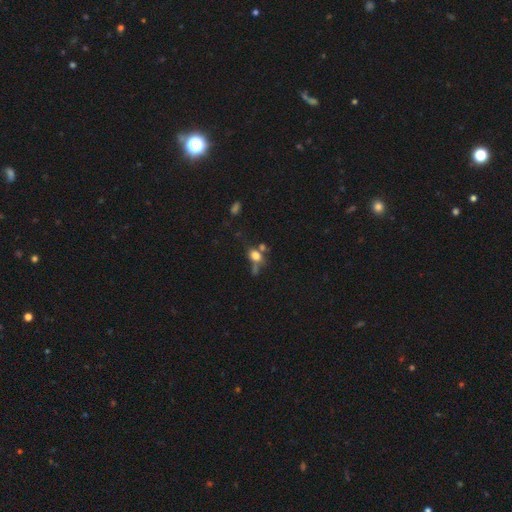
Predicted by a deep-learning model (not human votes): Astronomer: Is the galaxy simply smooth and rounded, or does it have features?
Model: smooth — 69%.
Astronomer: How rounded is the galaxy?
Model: in between — 59% (runner-up: round, 36%).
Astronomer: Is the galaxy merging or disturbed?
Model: none — 42% (runner-up: merger, 29%).